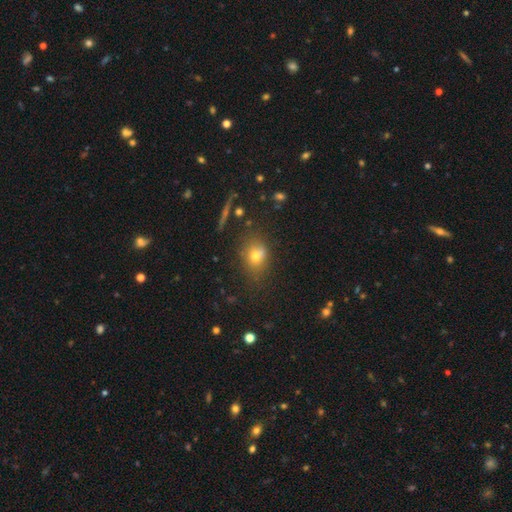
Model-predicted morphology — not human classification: smooth 69%, star or artifact 17%, featured or disk 14%. Down the decision tree: how rounded — in between (52%); merging — none (65%).